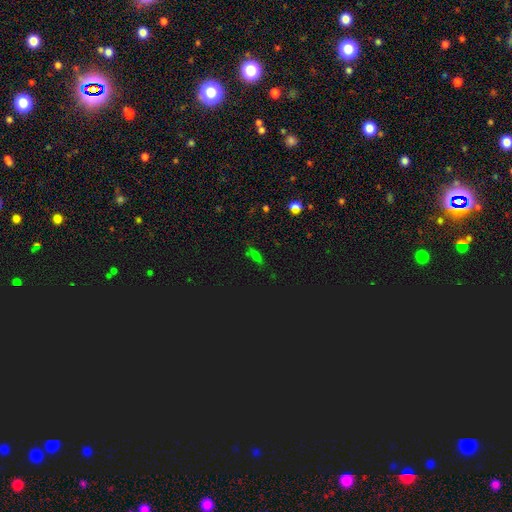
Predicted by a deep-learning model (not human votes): Morphology: type=smooth (50%); roundness=in between (60%); merging=none (72%).